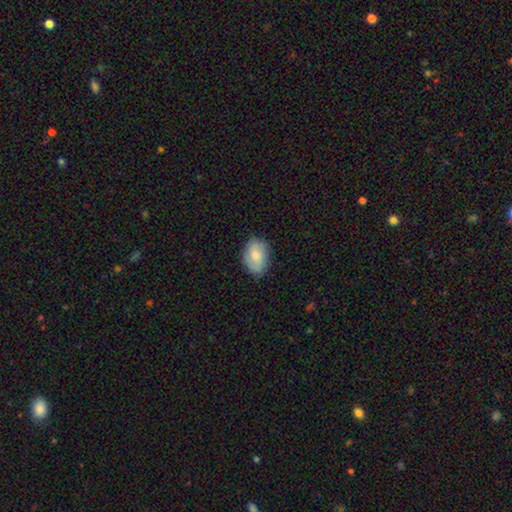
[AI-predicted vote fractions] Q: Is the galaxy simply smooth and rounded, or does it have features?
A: smooth — 75%.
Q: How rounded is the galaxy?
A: in between — 86%.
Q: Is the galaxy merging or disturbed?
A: none — 78%.